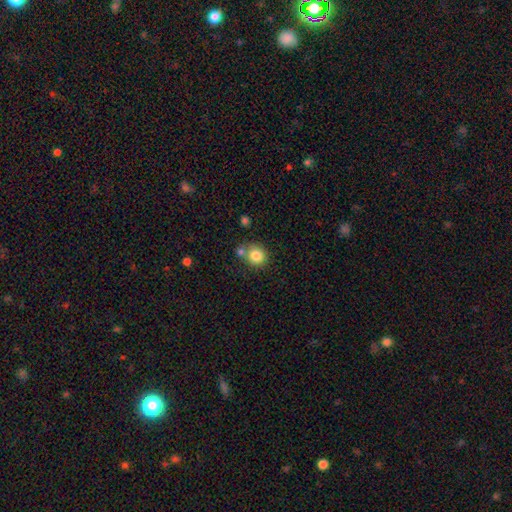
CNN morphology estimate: The model was most divided on "merging": none: 63%, merger: 22%, minor disturbance: 12%, major disturbance: 4%. More confident: smooth or featured — smooth (83%); how rounded — round (83%).